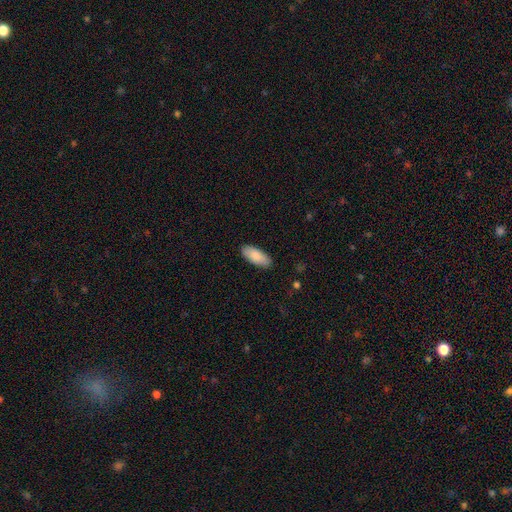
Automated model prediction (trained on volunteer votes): Smooth or featured?
  - smooth: 87% *
  - featured or disk: 7%
  - star or artifact: 6%
How rounded?
  - in between: 85% *
  - cigar-shaped: 14%
  - round: 2%
Merging?
  - none: 88% *
  - minor disturbance: 9%
  - major disturbance: 2%
  - merger: 1%